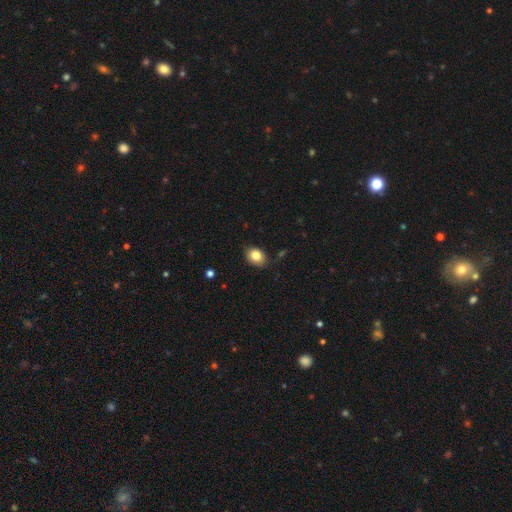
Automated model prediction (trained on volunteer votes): A smooth galaxy with no disk features (83%) that is in between round and cigar-shaped (61%).

Vote fractions:
- Smooth or featured? smooth: 83% / star or artifact: 9% / featured or disk: 8%
- How rounded? in between: 61% / round: 38% / cigar-shaped: 1%
- Merging? none: 80% / minor disturbance: 15% / major disturbance: 3% / merger: 1%